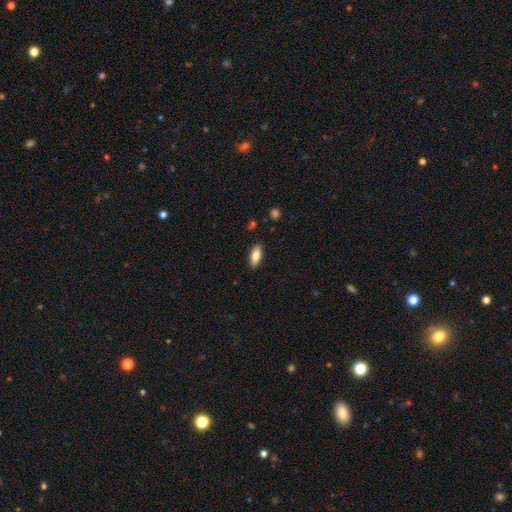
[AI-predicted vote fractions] smooth-or-featured: smooth: 80% | featured or disk: 13% | star or artifact: 6%
  how-rounded: in between: 80% | cigar-shaped: 18% | round: 2%
  merging: none: 88% | minor disturbance: 9% | major disturbance: 2% | merger: 1%